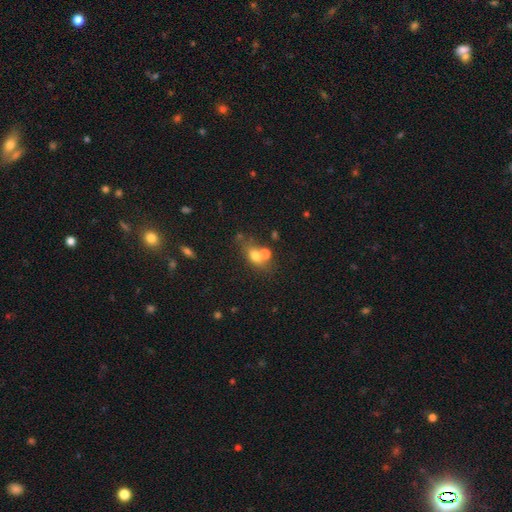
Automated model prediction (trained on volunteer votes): A smooth galaxy with no disk features (68%) that is in between round and cigar-shaped (61%).

Vote fractions:
- Smooth or featured? smooth: 68% / featured or disk: 19% / star or artifact: 13%
- How rounded? in between: 61% / round: 35% / cigar-shaped: 4%
- Merging? merger: 42% / none: 41% / minor disturbance: 11% / major disturbance: 6%